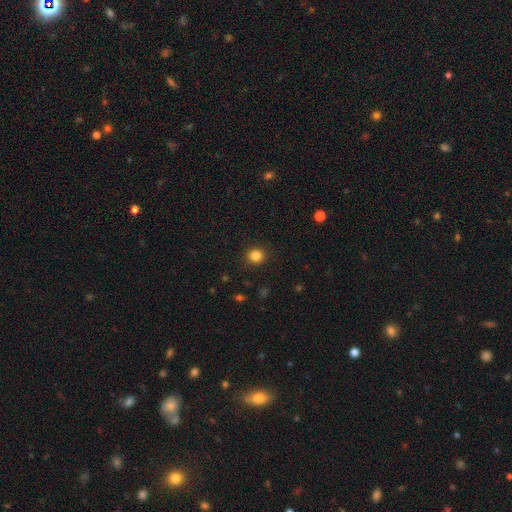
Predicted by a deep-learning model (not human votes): Smooth or featured? smooth (84%)
How rounded? round (88%)
Merging? none (91%)